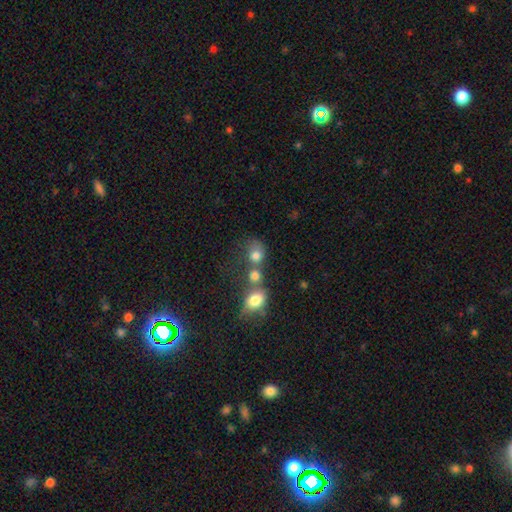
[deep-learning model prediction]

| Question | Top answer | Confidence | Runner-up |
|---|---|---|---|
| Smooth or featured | smooth | 76% | star or artifact (13%) |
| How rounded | round | 66% | in between (33%) |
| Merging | merger | 47% | none (35%) |